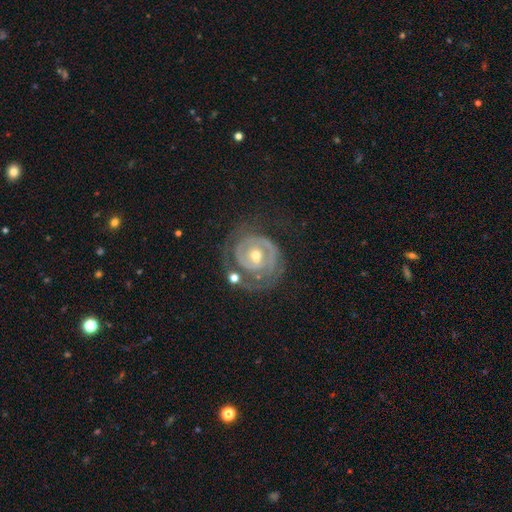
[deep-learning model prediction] Morphology: type=featured or disk (85%); edge-on=no (97%); bar=no (47%); spiral arms=yes (87%); winding=tight (72%); arm count=2 (52%); bulge=moderate (65%); merging=none (63%).